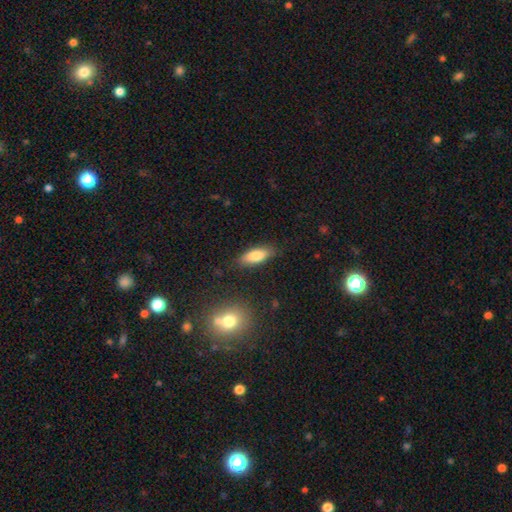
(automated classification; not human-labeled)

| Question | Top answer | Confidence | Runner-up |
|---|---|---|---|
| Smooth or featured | smooth | 80% | featured or disk (13%) |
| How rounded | in between | 69% | cigar-shaped (28%) |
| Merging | none | 83% | minor disturbance (12%) |